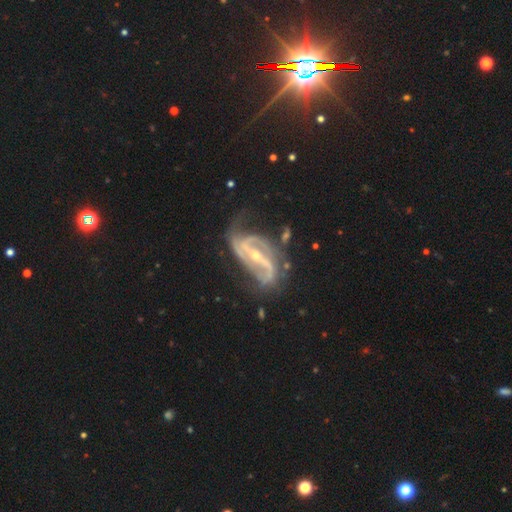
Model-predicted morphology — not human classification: Overall: featured or disk (91%). Edge-on disk: no (95%). Bar: strong (65%). Spiral arms: yes (97%). Spiral arm count: 2 (73%). Spiral winding: medium (46%; loose 31%). Bulge size: small (67%; moderate 30%). Merging: none (46%; minor disturbance 26%).